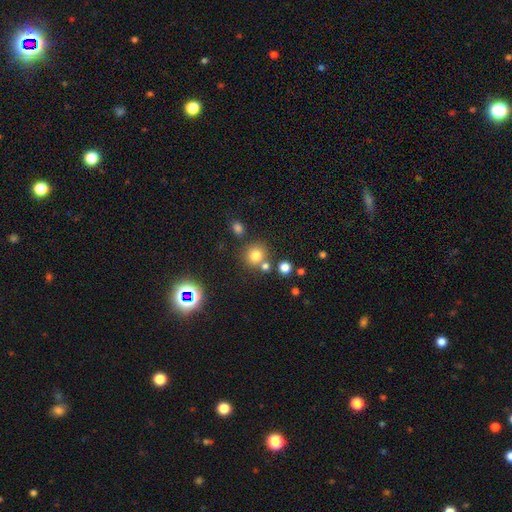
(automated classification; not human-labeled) Q: Smooth or featured?
A: smooth (74%); runner-up: star or artifact (17%)
Q: How rounded?
A: round (87%); runner-up: in between (12%)
Q: Merging?
A: none (69%); runner-up: merger (17%)